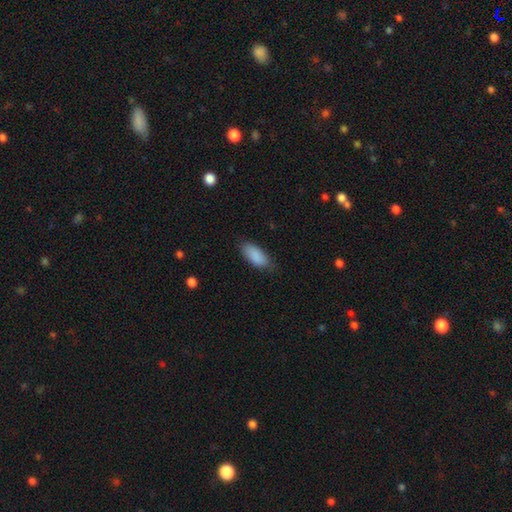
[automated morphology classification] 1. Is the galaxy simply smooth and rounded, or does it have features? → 89% smooth, 6% star or artifact, 5% featured or disk.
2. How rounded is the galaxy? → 88% in between, 10% cigar-shaped, 2% round.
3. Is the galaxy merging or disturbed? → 80% none, 16% minor disturbance, 3% major disturbance, 1% merger.